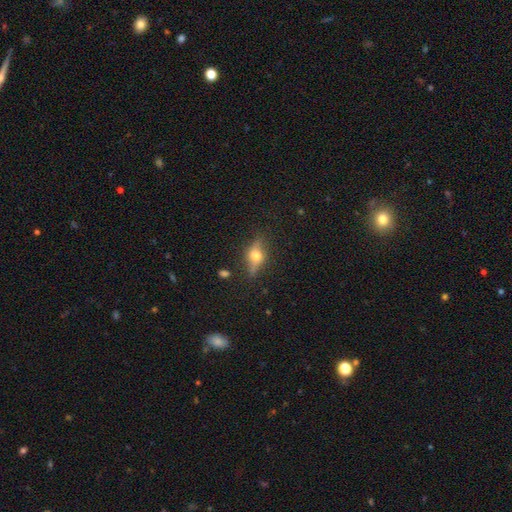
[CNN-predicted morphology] A featured or disk galaxy (54%) viewed edge-on (84%). Merging: none (78%).